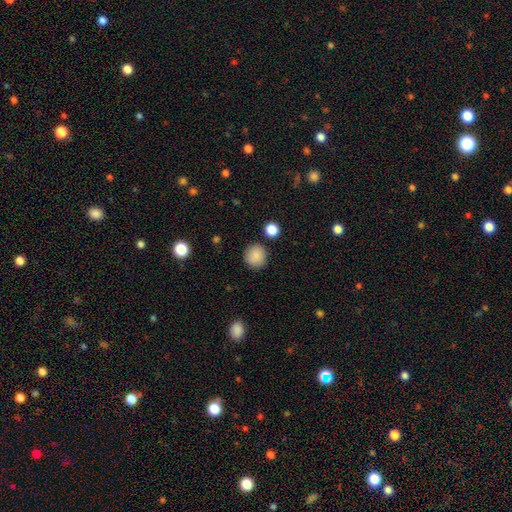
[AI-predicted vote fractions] A smooth galaxy with no disk features (86%) that is round (92%).

Vote fractions:
- Smooth or featured? smooth: 86% / star or artifact: 9% / featured or disk: 5%
- How rounded? round: 92% / in between: 7% / cigar-shaped: 1%
- Merging? none: 88% / minor disturbance: 8% / major disturbance: 2% / merger: 2%